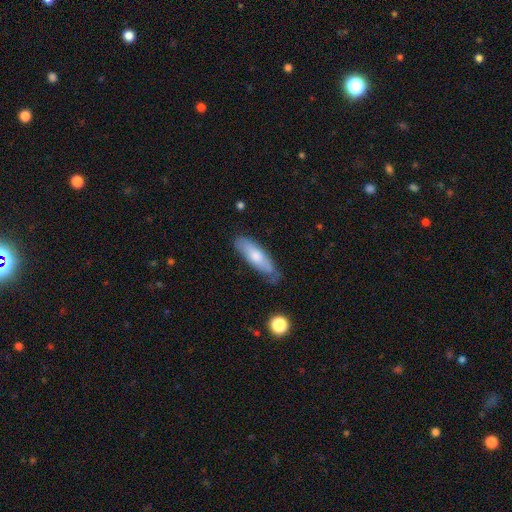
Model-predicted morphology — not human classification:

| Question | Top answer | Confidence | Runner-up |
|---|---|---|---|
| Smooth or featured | smooth | 65% | featured or disk (29%) |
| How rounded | cigar-shaped | 57% | in between (41%) |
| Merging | none | 67% | minor disturbance (25%) |